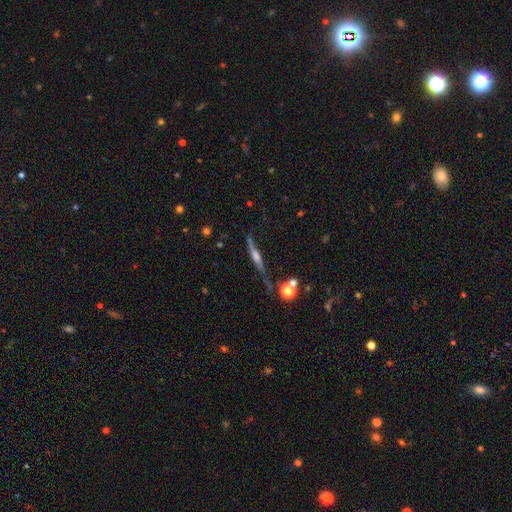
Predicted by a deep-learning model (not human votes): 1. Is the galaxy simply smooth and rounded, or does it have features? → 68% featured or disk, 21% smooth, 10% star or artifact.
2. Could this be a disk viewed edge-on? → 92% yes, 8% no.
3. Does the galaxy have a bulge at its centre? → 67% rounded, 19% boxy, 15% none.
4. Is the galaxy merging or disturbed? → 66% none, 20% minor disturbance, 9% major disturbance, 6% merger.